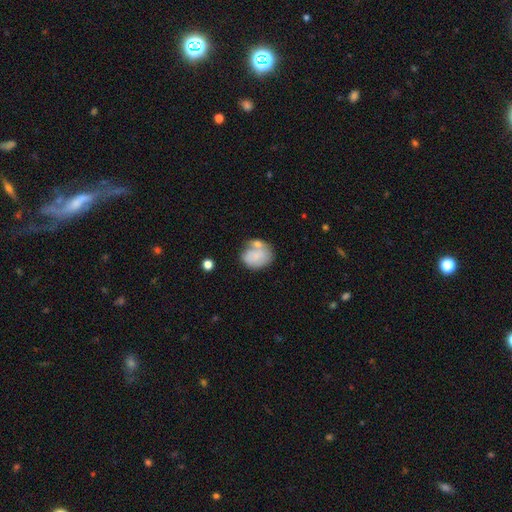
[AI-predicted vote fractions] A smooth galaxy with no disk features (75%) that is in between round and cigar-shaped (52%).

Vote fractions:
- Smooth or featured? smooth: 75% / featured or disk: 17% / star or artifact: 8%
- How rounded? in between: 52% / round: 47% / cigar-shaped: 1%
- Merging? none: 42% / merger: 26% / minor disturbance: 22% / major disturbance: 10%